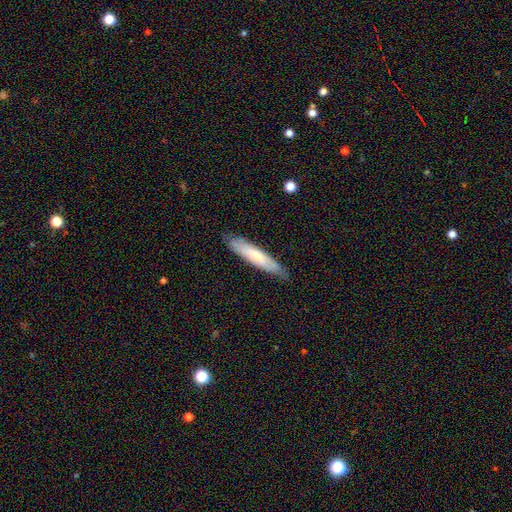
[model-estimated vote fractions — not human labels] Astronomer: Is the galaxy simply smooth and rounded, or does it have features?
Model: smooth — 64%.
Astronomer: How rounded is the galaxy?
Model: cigar-shaped — 85%.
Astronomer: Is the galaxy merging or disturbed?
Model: none — 84%.